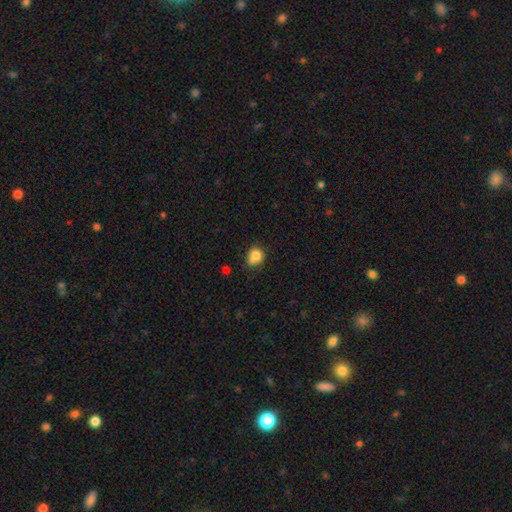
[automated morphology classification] Q: Smooth or featured?
A: smooth (81%); runner-up: star or artifact (10%)
Q: How rounded?
A: round (69%); runner-up: in between (30%)
Q: Merging?
A: none (51%); runner-up: minor disturbance (28%)